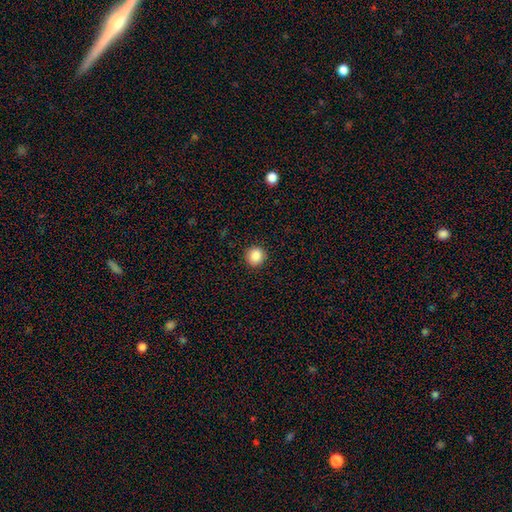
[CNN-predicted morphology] Q: Smooth or featured?
A: smooth (88%); runner-up: star or artifact (9%)
Q: How rounded?
A: round (93%); runner-up: in between (6%)
Q: Merging?
A: none (92%); runner-up: minor disturbance (5%)